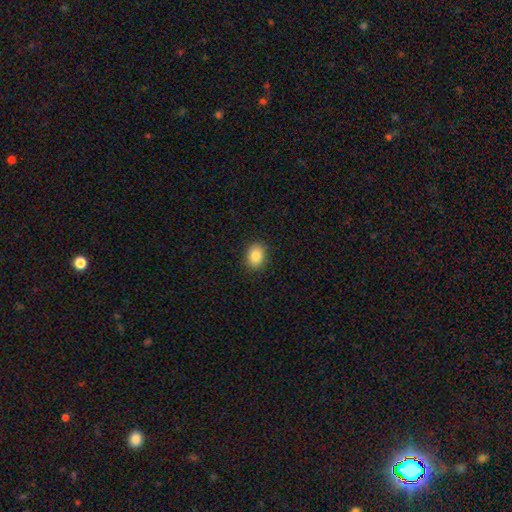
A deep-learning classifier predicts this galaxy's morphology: This is clearly a smooth galaxy (85%). How rounded: possibly in between (58%). Merging: clearly none (89%).